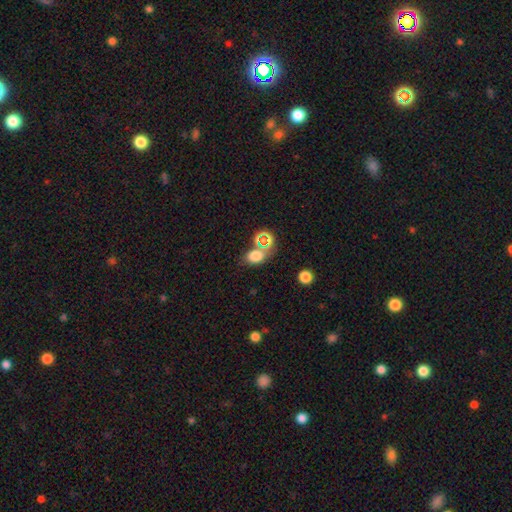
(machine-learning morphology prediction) Smooth or featured? Predicted: smooth (p=0.70). How rounded? Predicted: in between (p=0.64). Merging? Predicted: none (p=0.60).